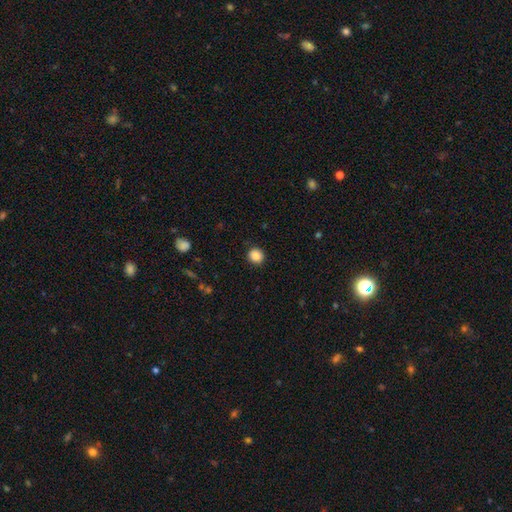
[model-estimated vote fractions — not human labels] Q: Smooth or featured?
A: smooth (87%); runner-up: star or artifact (10%)
Q: How rounded?
A: round (89%); runner-up: in between (10%)
Q: Merging?
A: none (90%); runner-up: minor disturbance (7%)